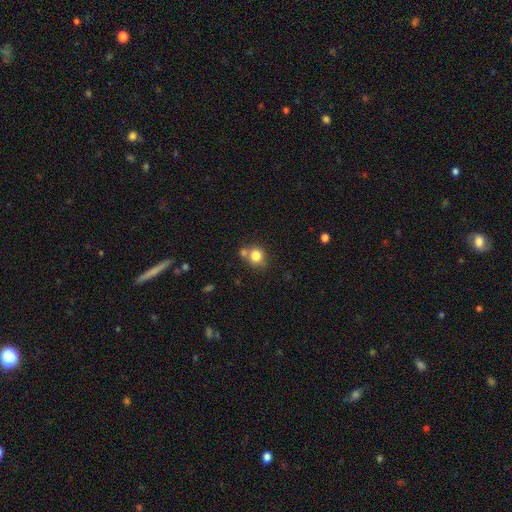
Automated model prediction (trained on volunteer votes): Smooth or featured? smooth (80%)
How rounded? round (80%)
Merging? none (57%)